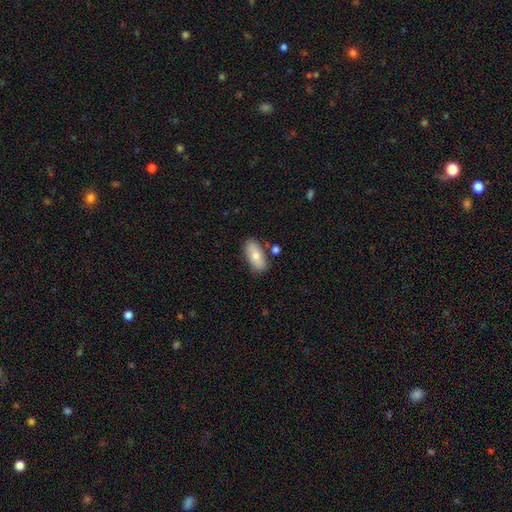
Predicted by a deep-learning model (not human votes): Overall: smooth (76%). How rounded: in between (90%). Merging: none (78%).